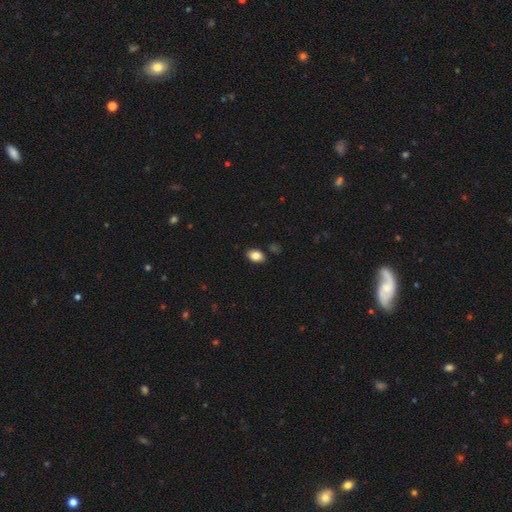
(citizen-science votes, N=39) A smooth galaxy with no disk features (90%) that is in between round and cigar-shaped (89%). Merging: none (92%).